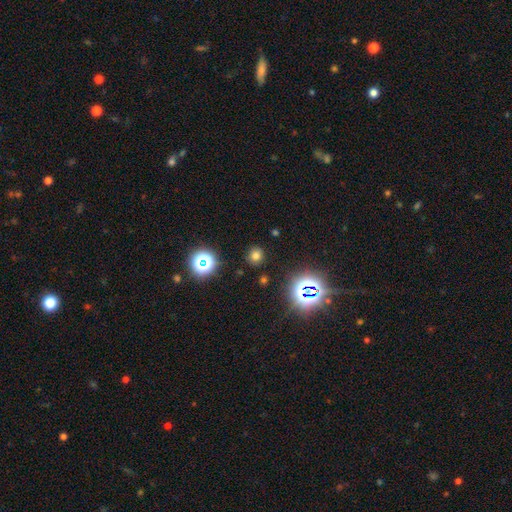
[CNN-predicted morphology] smooth-or-featured: smooth: 69% | star or artifact: 25% | featured or disk: 6%
  how-rounded: round: 85% | in between: 14% | cigar-shaped: 1%
  merging: none: 87% | minor disturbance: 8% | major disturbance: 3% | merger: 2%